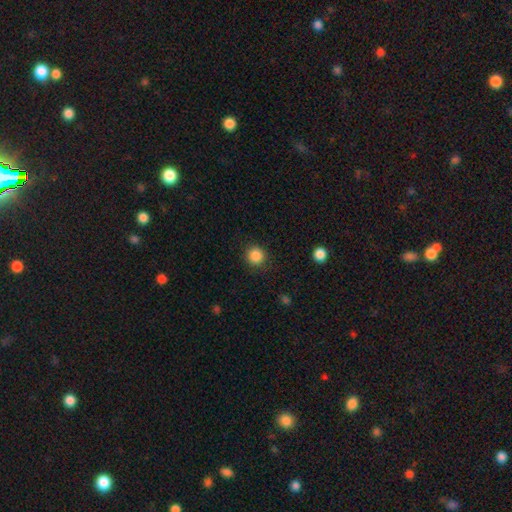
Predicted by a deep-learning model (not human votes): Overall: smooth (87%). How rounded: round (93%). Merging: none (89%).